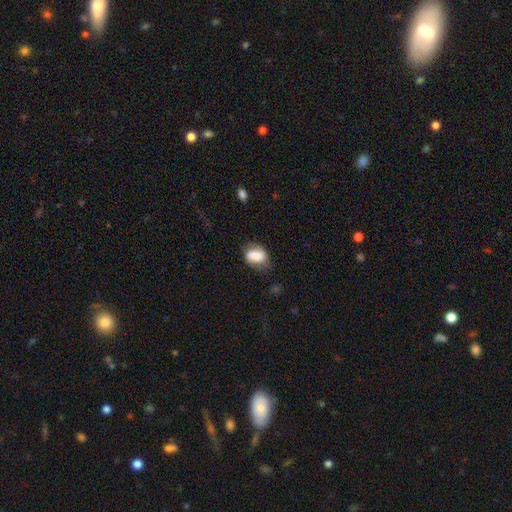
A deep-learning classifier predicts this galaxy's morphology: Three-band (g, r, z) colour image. It shows a smooth galaxy with no disk features (77%) that is in between round and cigar-shaped (79%). Merging: none (57%).